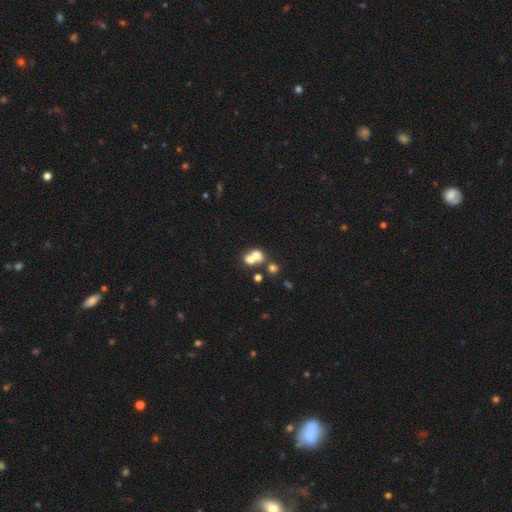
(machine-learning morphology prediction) A smooth galaxy with no disk features (64%) that is round (57%).

Vote fractions:
- Smooth or featured? smooth: 64% / featured or disk: 22% / star or artifact: 13%
- How rounded? round: 57% / in between: 41% / cigar-shaped: 1%
- Merging? merger: 64% / none: 25% / minor disturbance: 6% / major disturbance: 5%